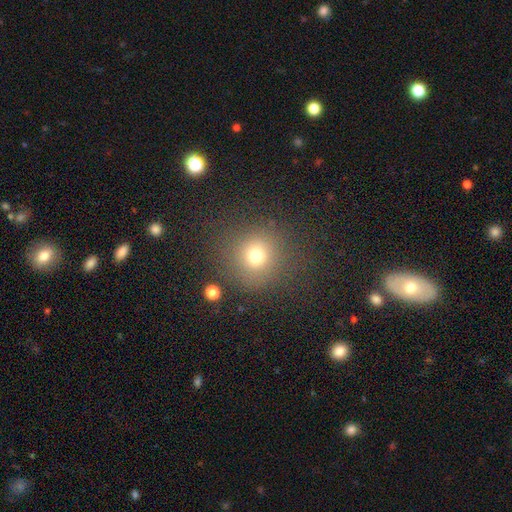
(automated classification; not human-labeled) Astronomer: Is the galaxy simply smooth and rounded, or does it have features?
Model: smooth — 73%.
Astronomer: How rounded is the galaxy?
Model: round — 91%.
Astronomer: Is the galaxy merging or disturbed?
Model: none — 82%.